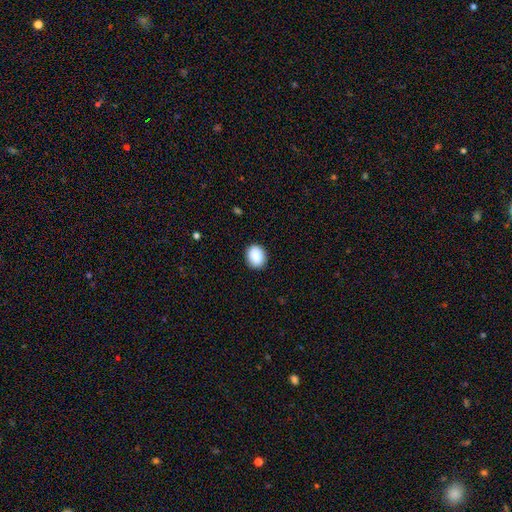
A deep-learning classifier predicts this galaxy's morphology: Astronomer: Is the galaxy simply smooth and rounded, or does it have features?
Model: smooth — 89%.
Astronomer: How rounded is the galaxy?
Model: in between — 53% (runner-up: round, 46%).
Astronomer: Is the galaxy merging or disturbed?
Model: none — 88%.